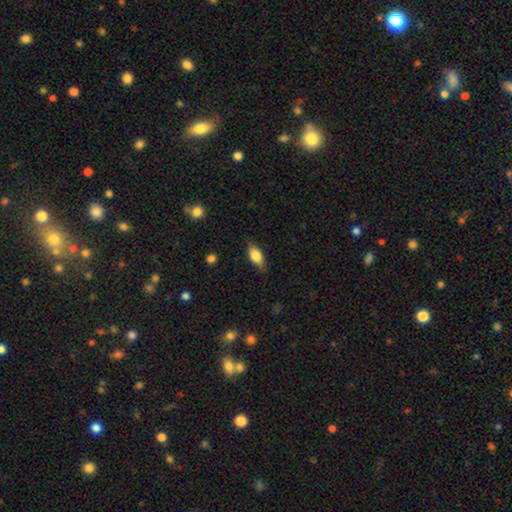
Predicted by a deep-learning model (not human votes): smooth 78%, featured or disk 15%, star or artifact 7%. Down the decision tree: how rounded — in between (85%); merging — none (79%).